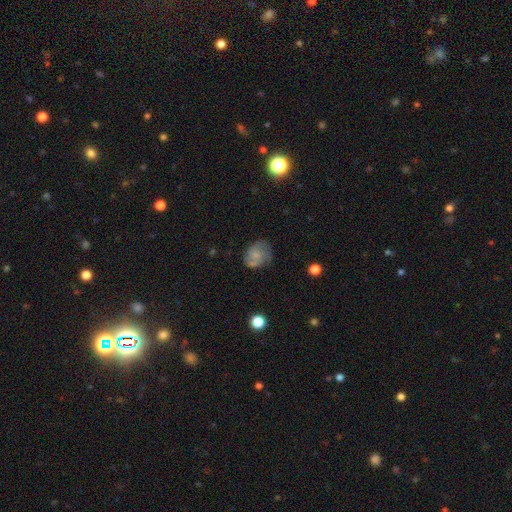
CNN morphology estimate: Smooth or featured? smooth (49%)
Merging? none (56%)